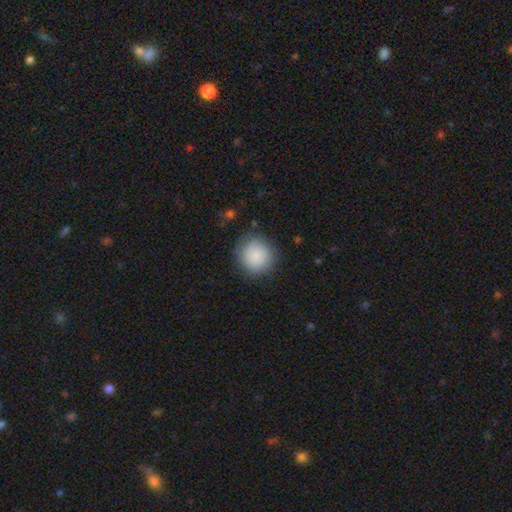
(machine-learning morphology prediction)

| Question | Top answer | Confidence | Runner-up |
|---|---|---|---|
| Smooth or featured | smooth | 86% | star or artifact (7%) |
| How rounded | round | 92% | in between (7%) |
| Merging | none | 84% | minor disturbance (11%) |